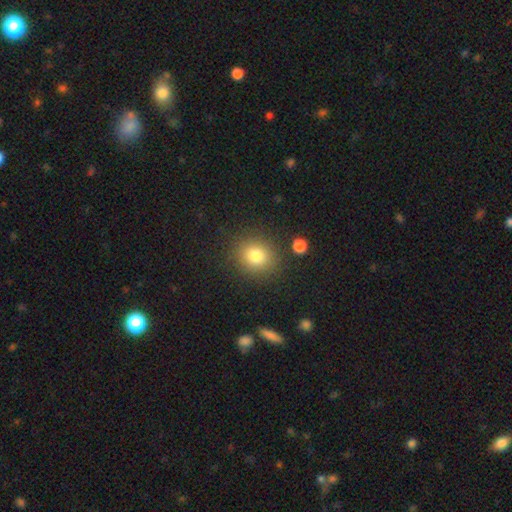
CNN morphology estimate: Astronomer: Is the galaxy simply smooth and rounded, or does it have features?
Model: smooth — 80%.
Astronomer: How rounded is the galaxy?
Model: round — 79%.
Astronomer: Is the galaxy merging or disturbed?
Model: none — 85%.